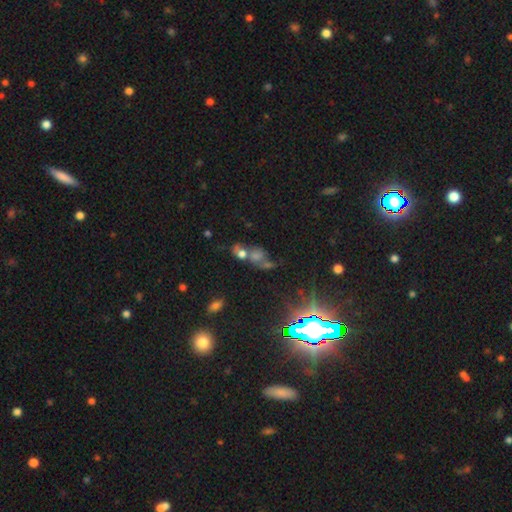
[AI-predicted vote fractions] Overall: star or artifact (47%; smooth 33%).